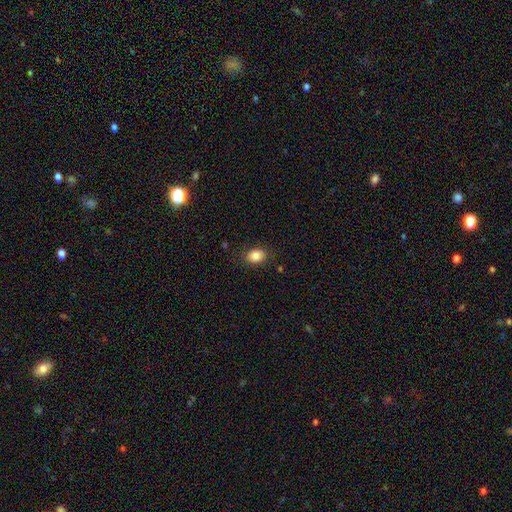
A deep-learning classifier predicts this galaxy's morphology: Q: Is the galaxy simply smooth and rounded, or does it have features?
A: smooth — 84%.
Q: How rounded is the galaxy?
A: in between — 66%.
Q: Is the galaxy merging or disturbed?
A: none — 84%.